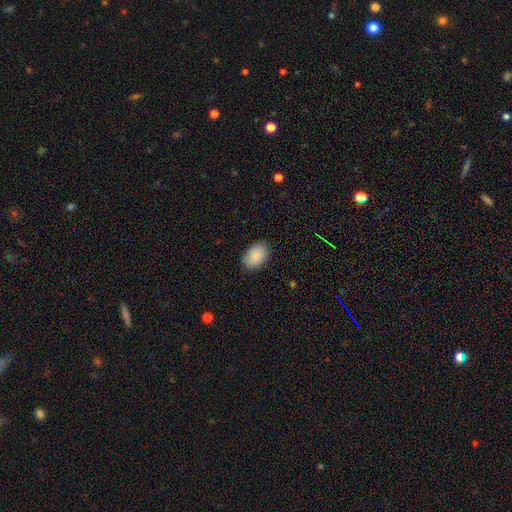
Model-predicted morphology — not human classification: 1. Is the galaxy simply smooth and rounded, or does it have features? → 89% smooth, 7% star or artifact, 4% featured or disk.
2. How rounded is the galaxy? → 89% in between, 10% round, 1% cigar-shaped.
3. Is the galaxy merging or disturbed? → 85% none, 12% minor disturbance, 2% major disturbance, 1% merger.